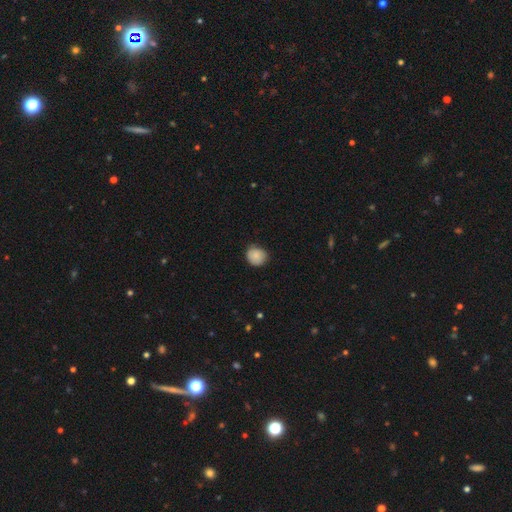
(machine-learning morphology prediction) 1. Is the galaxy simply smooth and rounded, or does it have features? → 86% smooth, 8% star or artifact, 6% featured or disk.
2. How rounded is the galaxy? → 81% round, 18% in between, 1% cigar-shaped.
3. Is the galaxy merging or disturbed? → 79% none, 17% minor disturbance, 3% major disturbance, 1% merger.